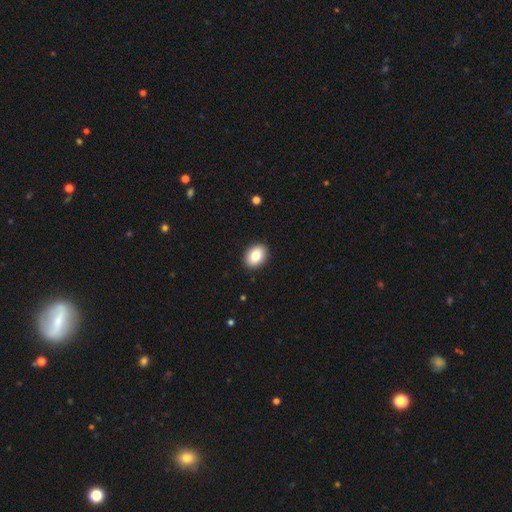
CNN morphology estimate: Q: Smooth or featured?
A: smooth (83%); runner-up: featured or disk (10%)
Q: How rounded?
A: in between (65%); runner-up: round (34%)
Q: Merging?
A: none (91%); runner-up: minor disturbance (6%)